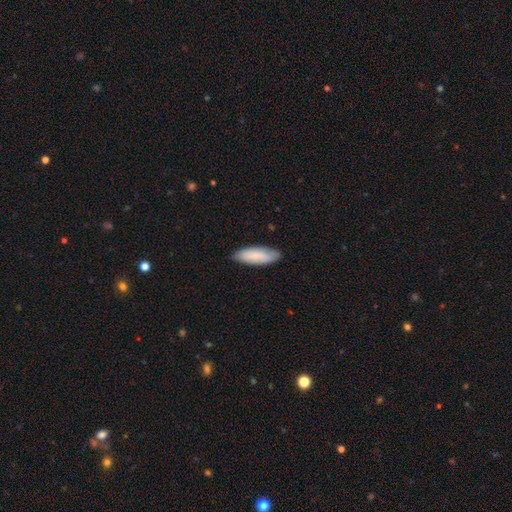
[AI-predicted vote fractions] A smooth galaxy with no disk features (81%) that is in between round and cigar-shaped (62%). Merging: none (82%).